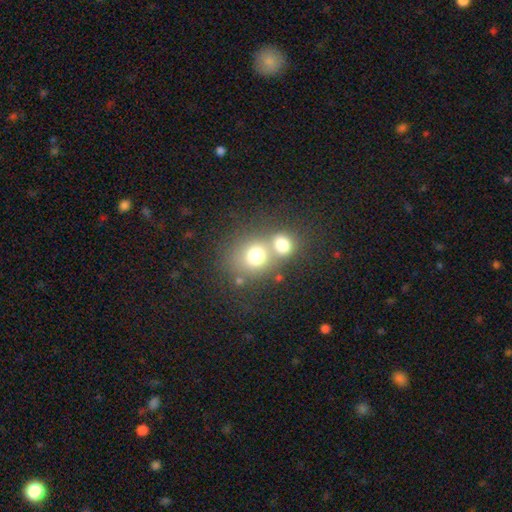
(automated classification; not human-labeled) Smooth or featured? Predicted: smooth (p=0.72). How rounded? Predicted: round (p=0.76). Merging? Predicted: merger (p=0.52).